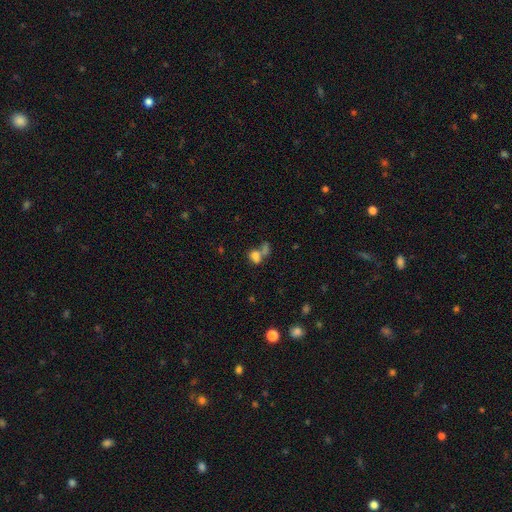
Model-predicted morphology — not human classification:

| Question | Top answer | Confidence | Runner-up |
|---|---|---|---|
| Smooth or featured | smooth | 74% | star or artifact (14%) |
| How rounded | in between | 70% | round (28%) |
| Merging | merger | 55% | none (27%) |